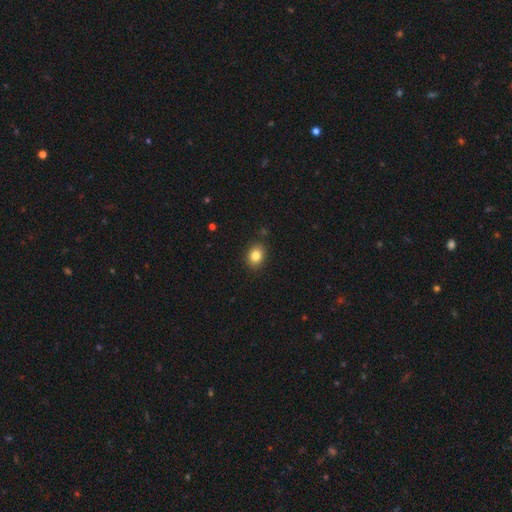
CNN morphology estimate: type=smooth (84%); roundness=in between (56%); merging=none (88%).